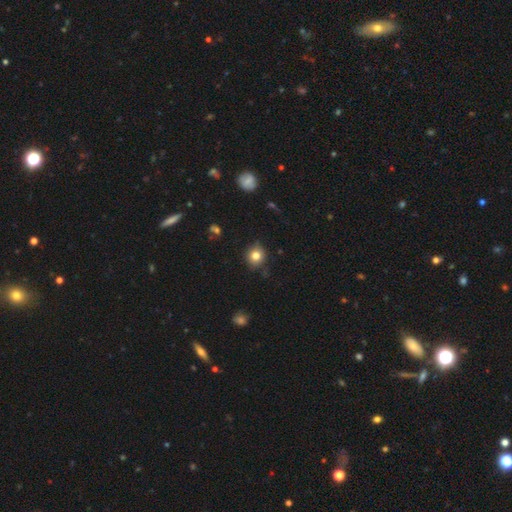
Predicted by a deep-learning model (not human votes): Morphology: type=smooth (80%); roundness=round (86%); merging=none (84%).